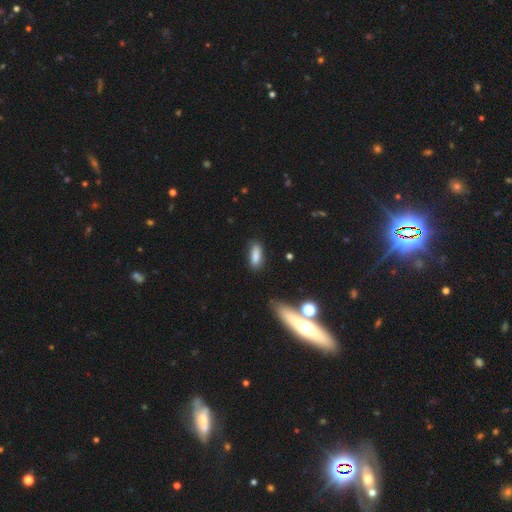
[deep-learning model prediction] Overall: smooth (85%). How rounded: in between (70%). Merging: none (80%).